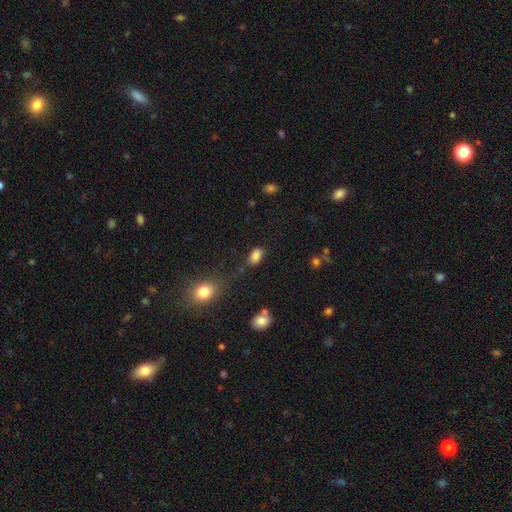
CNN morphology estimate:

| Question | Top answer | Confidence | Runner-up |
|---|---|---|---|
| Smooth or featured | smooth | 84% | star or artifact (11%) |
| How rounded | in between | 88% | round (10%) |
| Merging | none | 71% | minor disturbance (18%) |